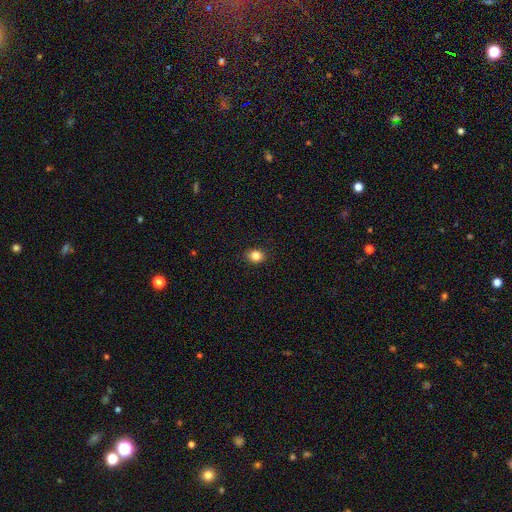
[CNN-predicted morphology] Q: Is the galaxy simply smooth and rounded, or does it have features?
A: smooth — 84%.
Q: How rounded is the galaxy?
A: round — 58%.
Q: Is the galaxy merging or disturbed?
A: none — 90%.